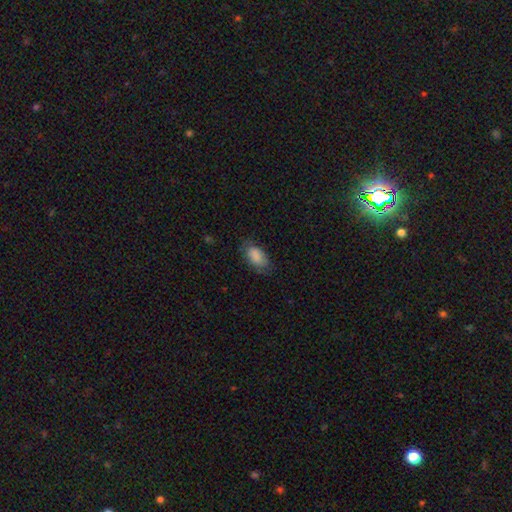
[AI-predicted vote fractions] Smooth or featured? smooth (85%)
How rounded? in between (93%)
Merging? none (67%)